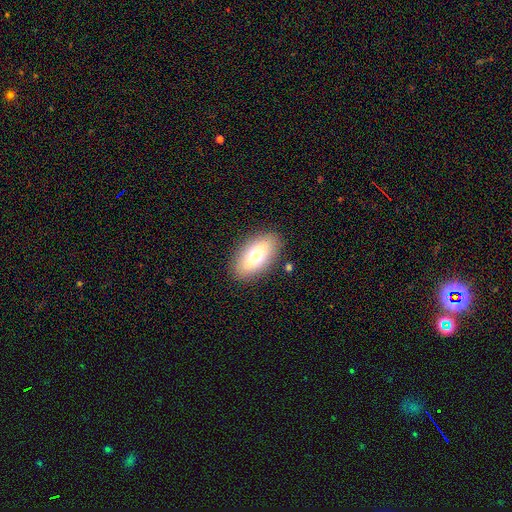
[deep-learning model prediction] Q: Smooth or featured?
A: smooth (71%); runner-up: featured or disk (21%)
Q: How rounded?
A: in between (91%); runner-up: round (5%)
Q: Merging?
A: none (86%); runner-up: minor disturbance (10%)